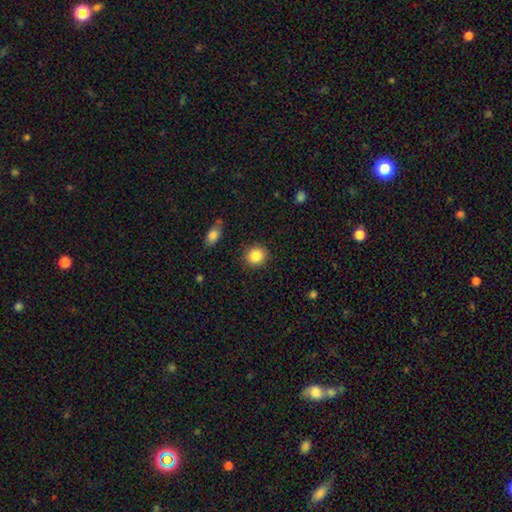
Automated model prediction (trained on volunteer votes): Overall: smooth (87%). How rounded: round (85%). Merging: none (89%).